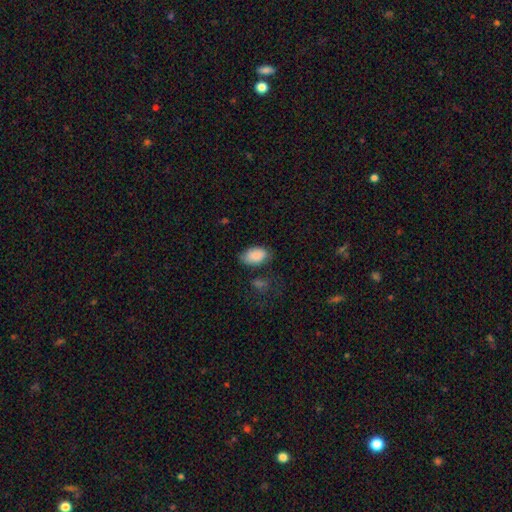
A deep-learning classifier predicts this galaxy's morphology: This appears to be a smooth galaxy with no disk features (87%) that is in between round and cigar-shaped (92%). Merging: none (62%).